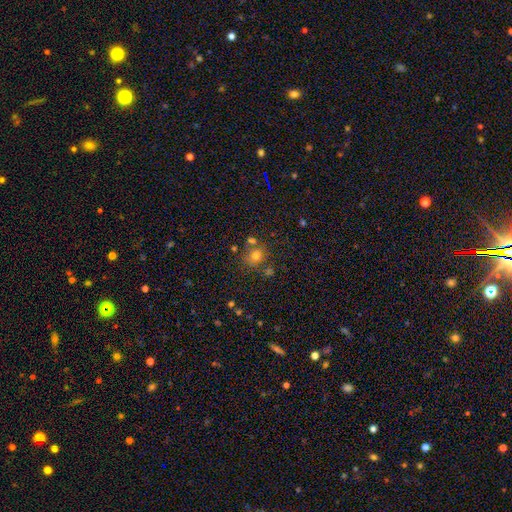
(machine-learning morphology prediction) The model was most divided on "smooth or featured": smooth: 68%, star or artifact: 21%, featured or disk: 11%. More confident: how rounded — round (75%); merging — none (67%).